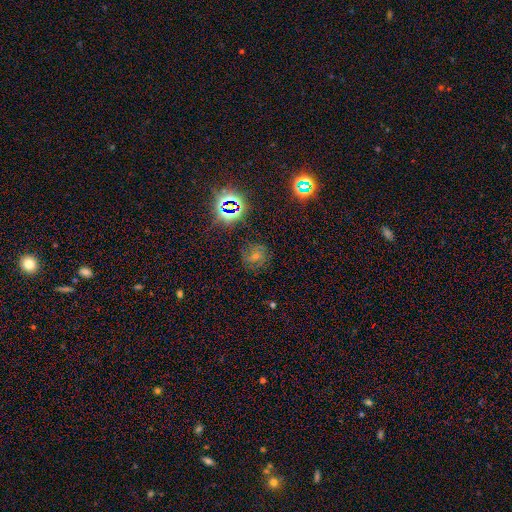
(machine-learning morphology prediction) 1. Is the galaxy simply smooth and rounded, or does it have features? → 36% star or artifact, 34% featured or disk, 30% smooth.